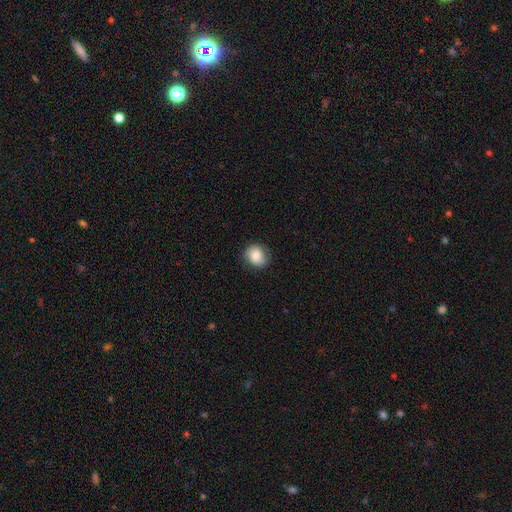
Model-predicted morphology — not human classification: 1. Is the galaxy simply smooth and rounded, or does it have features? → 78% smooth, 13% featured or disk, 9% star or artifact.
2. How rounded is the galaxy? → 78% round, 21% in between, 1% cigar-shaped.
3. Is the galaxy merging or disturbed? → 81% none, 14% minor disturbance, 4% major disturbance, 1% merger.